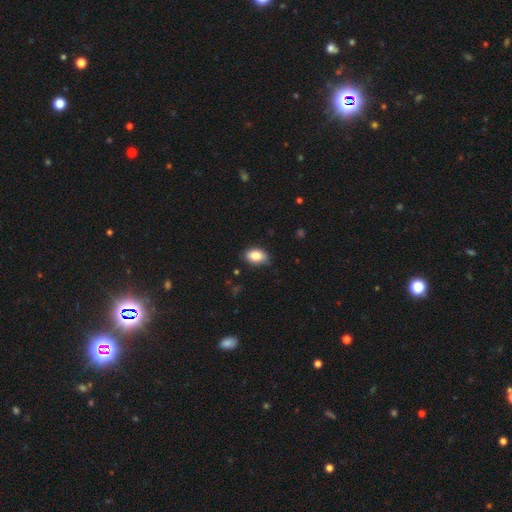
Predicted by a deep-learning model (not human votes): smooth_or_featured: smooth (p=0.84) [alt: featured or disk p=0.08]
how_rounded: in between (p=0.88) [alt: round p=0.11]
merging: none (p=0.77) [alt: minor disturbance p=0.19]